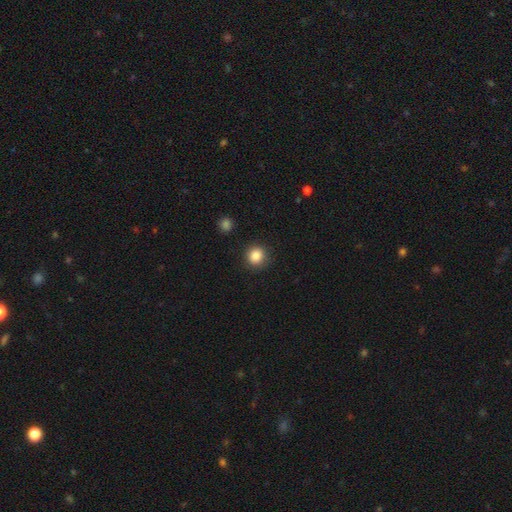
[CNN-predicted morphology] smooth_or_featured: smooth (p=0.87) [alt: star or artifact p=0.10]
how_rounded: round (p=0.89) [alt: in between p=0.10]
merging: none (p=0.89) [alt: minor disturbance p=0.07]